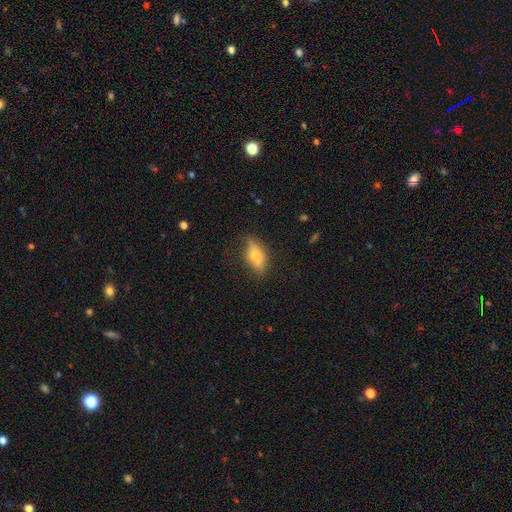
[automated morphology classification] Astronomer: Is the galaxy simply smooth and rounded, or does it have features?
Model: smooth — 60%.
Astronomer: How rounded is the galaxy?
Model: in between — 74%.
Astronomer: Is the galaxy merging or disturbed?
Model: none — 77%.